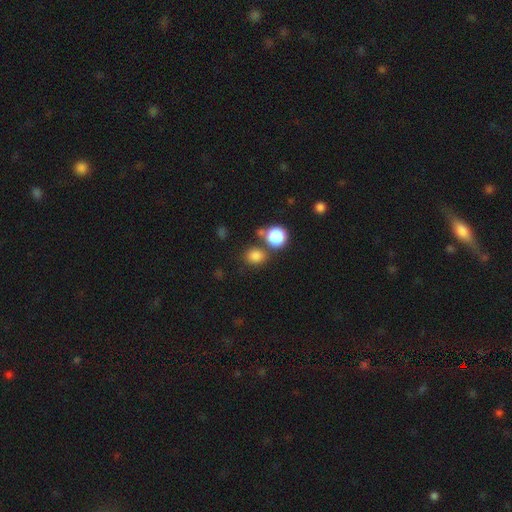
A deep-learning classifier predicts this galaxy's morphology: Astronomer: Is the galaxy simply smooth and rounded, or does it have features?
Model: smooth — 82%.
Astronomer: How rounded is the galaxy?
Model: round — 68%.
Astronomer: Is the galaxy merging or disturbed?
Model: none — 65%.